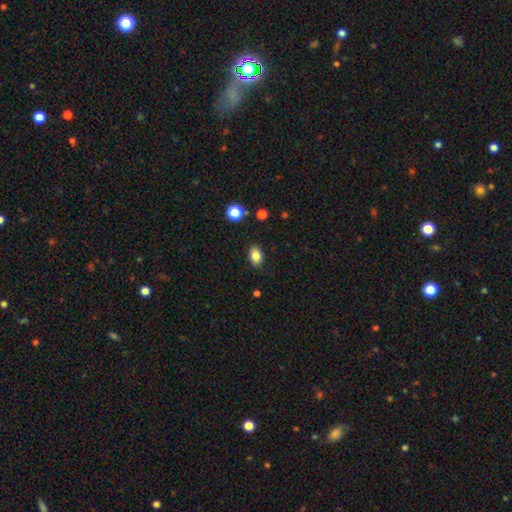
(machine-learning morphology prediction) Smooth or featured? smooth (84%)
How rounded? in between (85%)
Merging? none (87%)